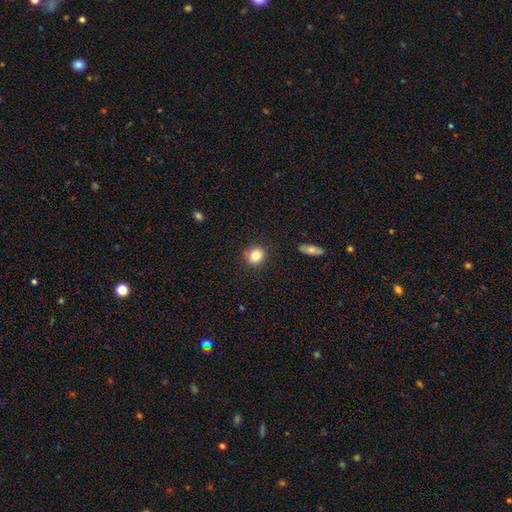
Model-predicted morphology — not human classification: The model was most divided on "how rounded": round: 80%, in between: 19%, cigar-shaped: 1%. More confident: merging — none (85%); smooth or featured — smooth (84%).